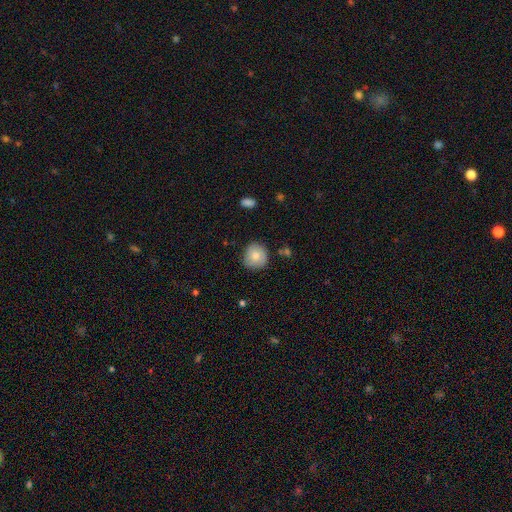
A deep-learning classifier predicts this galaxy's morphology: smooth 80%, featured or disk 12%, star or artifact 8%. Down the decision tree: how rounded — round (91%); merging — none (82%).